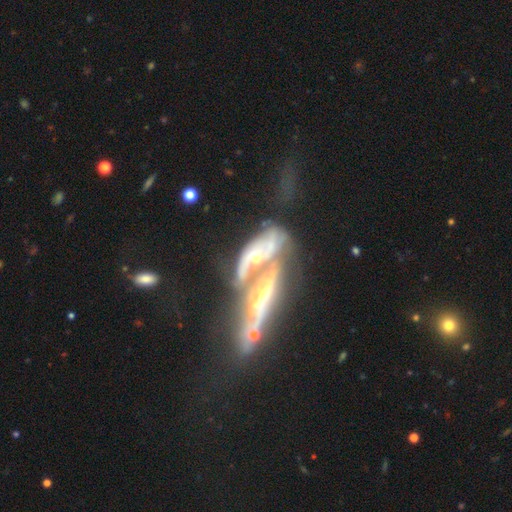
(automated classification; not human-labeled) Q: Smooth or featured?
A: featured or disk (71%); runner-up: smooth (18%)
Q: Edge-on disk?
A: no (77%); runner-up: yes (23%)
Q: Bar?
A: no (64%); runner-up: weak (21%)
Q: Spiral arms?
A: yes (54%); runner-up: no (46%)
Q: Bulge size?
A: small (45%); runner-up: moderate (31%)
Q: Merging?
A: merger (70%); runner-up: major disturbance (13%)